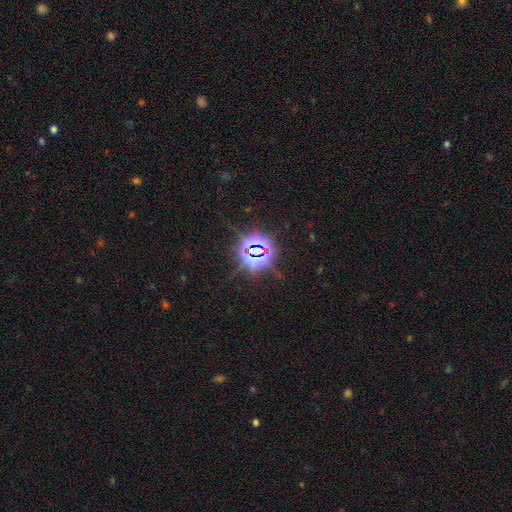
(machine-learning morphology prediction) Smooth or featured? Predicted: star or artifact (p=0.81).